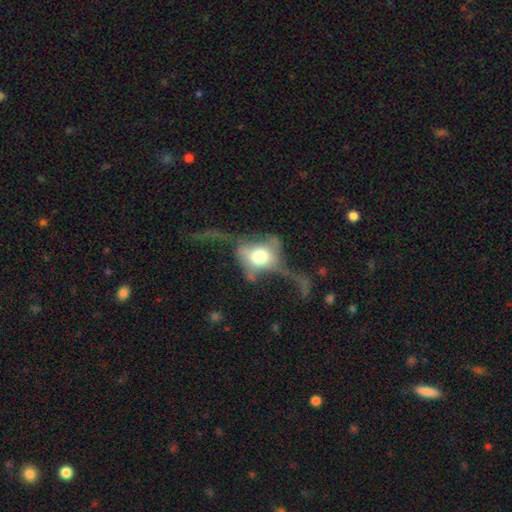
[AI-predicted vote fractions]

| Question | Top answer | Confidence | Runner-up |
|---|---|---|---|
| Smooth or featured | featured or disk | 66% | smooth (24%) |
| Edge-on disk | no | 60% | yes (40%) |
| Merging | major disturbance | 49% | none (29%) |